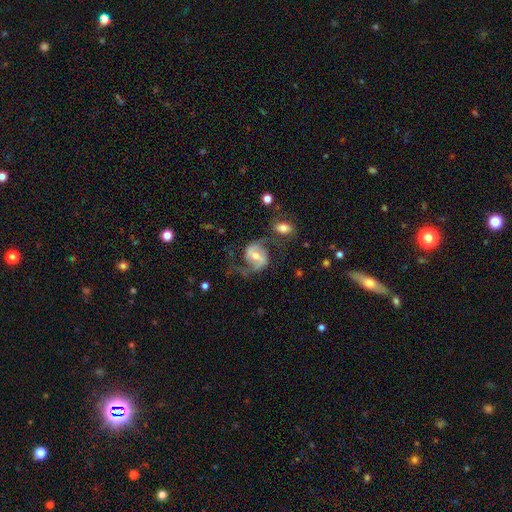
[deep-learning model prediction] The model was most divided on "spiral winding": medium: 47%, loose: 41%, tight: 12%. Remaining: edge-on disk — no (97%); spiral arms — yes (94%); spiral arm count — 2 (90%); smooth or featured — featured or disk (82%); merging — none (60%); bulge size — moderate (58%); bar — weak (44%).